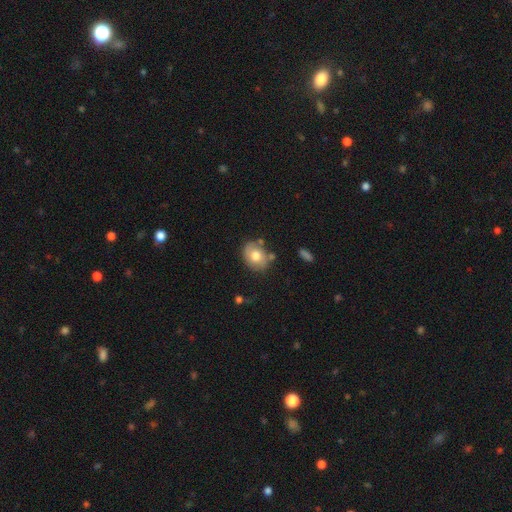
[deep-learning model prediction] This is likely a smooth galaxy (71%). How rounded: possibly in between (56%). Merging: likely none (70%).